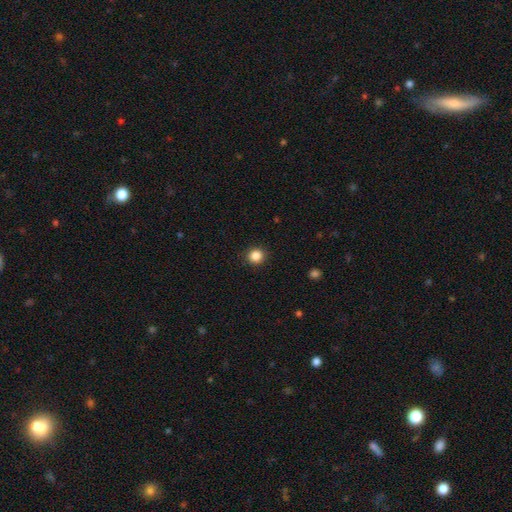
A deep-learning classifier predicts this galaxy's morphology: This is clearly a smooth galaxy (86%). How rounded: clearly round (91%). Merging: clearly none (92%).